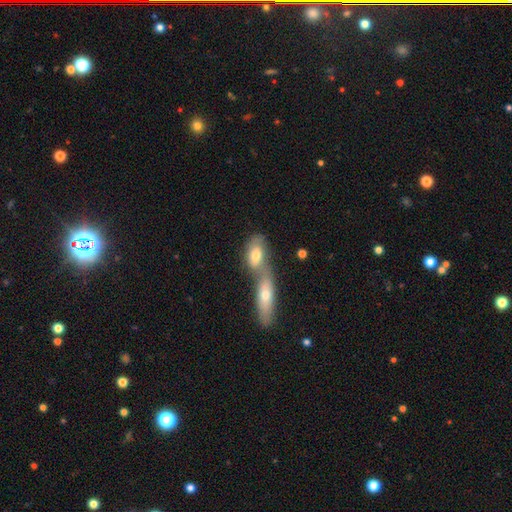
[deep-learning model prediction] smooth-or-featured: smooth: 68% | featured or disk: 26% | star or artifact: 7%
  how-rounded: in between: 76% | cigar-shaped: 18% | round: 6%
  merging: merger: 68% | none: 22% | minor disturbance: 7% | major disturbance: 3%